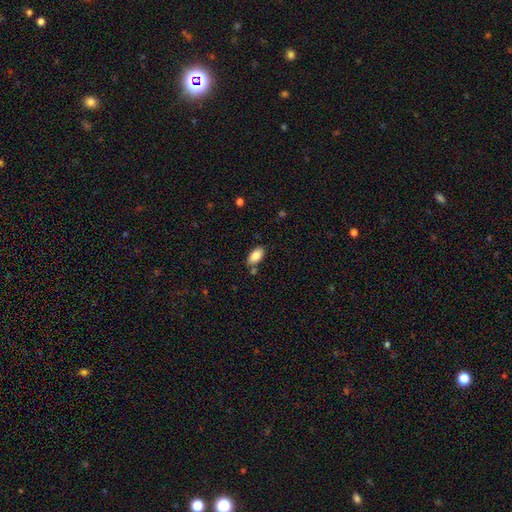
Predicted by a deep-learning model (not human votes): Smooth or featured? smooth (86%)
How rounded? in between (92%)
Merging? none (76%)